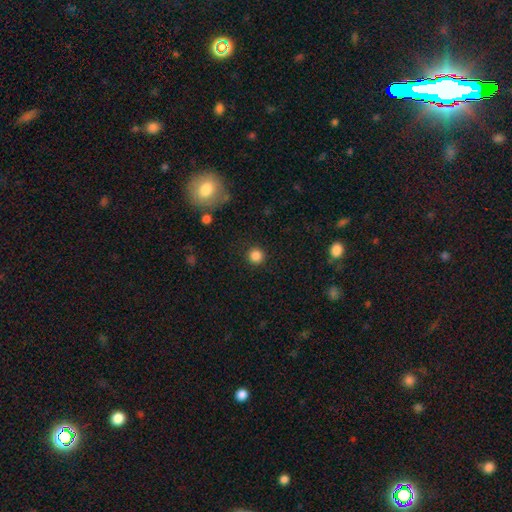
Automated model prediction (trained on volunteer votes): A smooth galaxy with no disk features (85%) that is round (95%). Merging: none (90%).